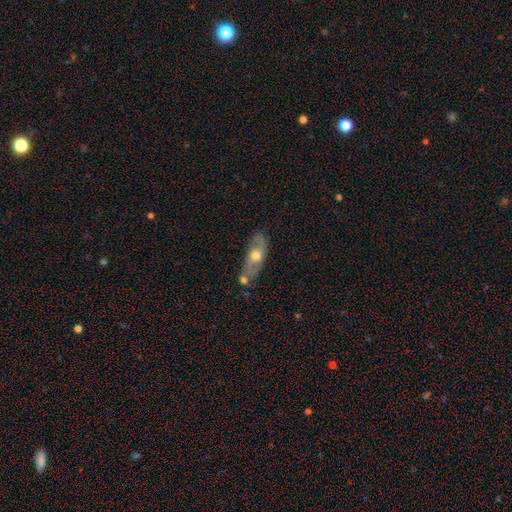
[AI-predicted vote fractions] Overall: featured or disk (52%; smooth 42%). Edge-on disk: no (67%; yes 33%). Merging: none (61%).